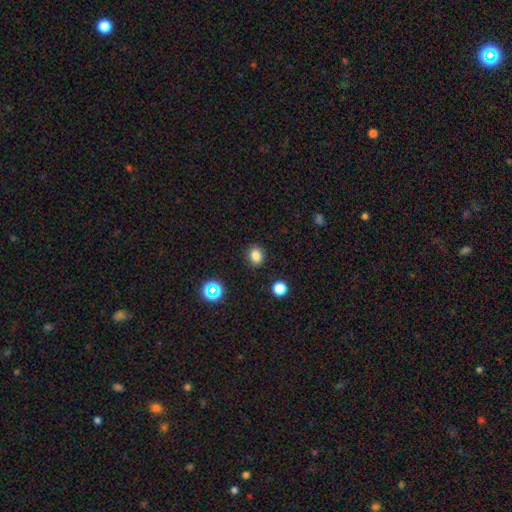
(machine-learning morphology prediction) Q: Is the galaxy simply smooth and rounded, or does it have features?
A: smooth — 82%.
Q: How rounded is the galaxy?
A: round — 57%.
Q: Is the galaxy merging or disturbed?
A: none — 88%.